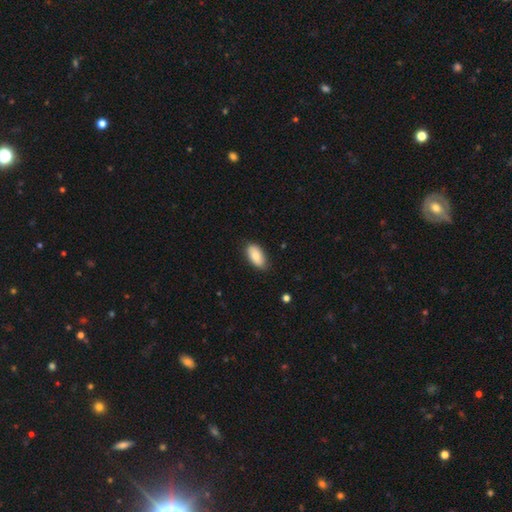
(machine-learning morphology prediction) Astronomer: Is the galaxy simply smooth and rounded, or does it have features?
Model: smooth — 81%.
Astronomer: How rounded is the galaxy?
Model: in between — 93%.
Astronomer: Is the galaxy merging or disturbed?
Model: none — 81%.